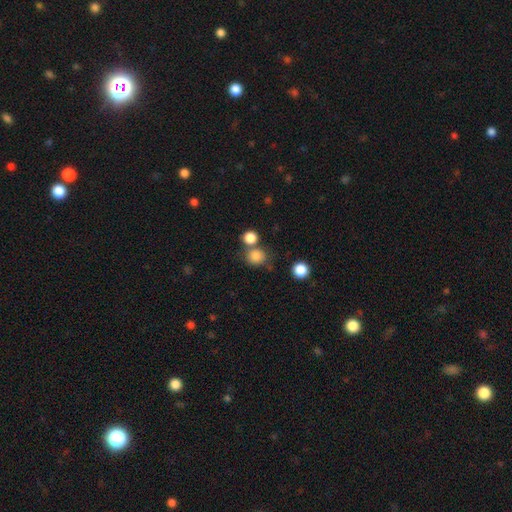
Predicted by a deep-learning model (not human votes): Smooth or featured? smooth (82%)
How rounded? round (85%)
Merging? none (65%)